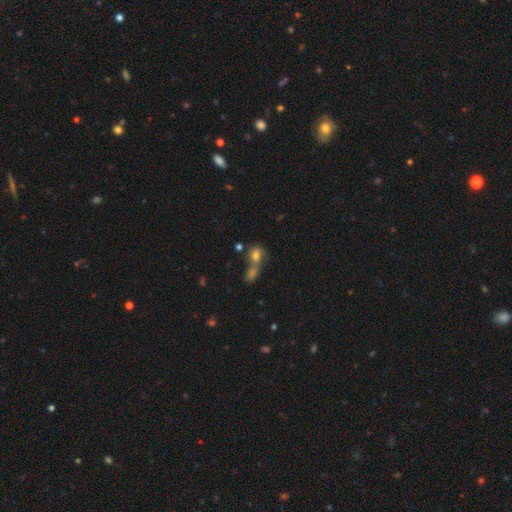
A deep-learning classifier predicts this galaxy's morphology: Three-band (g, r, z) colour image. It shows a smooth galaxy with no disk features (74%) that is in between round and cigar-shaped (52%). Merging: merger (61%).